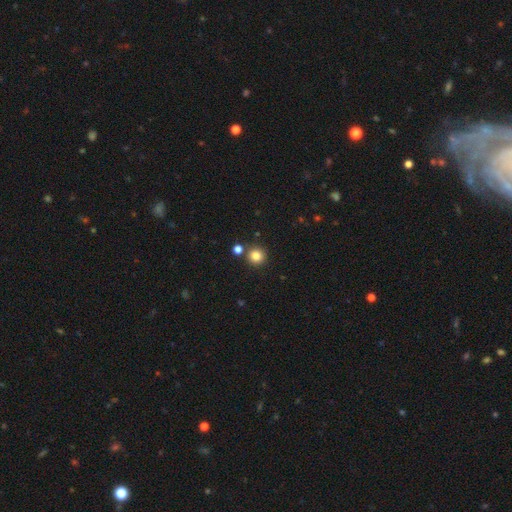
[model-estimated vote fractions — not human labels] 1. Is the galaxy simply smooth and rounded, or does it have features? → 82% smooth, 12% star or artifact, 6% featured or disk.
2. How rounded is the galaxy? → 94% round, 5% in between, 1% cigar-shaped.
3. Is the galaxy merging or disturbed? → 83% none, 9% merger, 6% minor disturbance, 2% major disturbance.